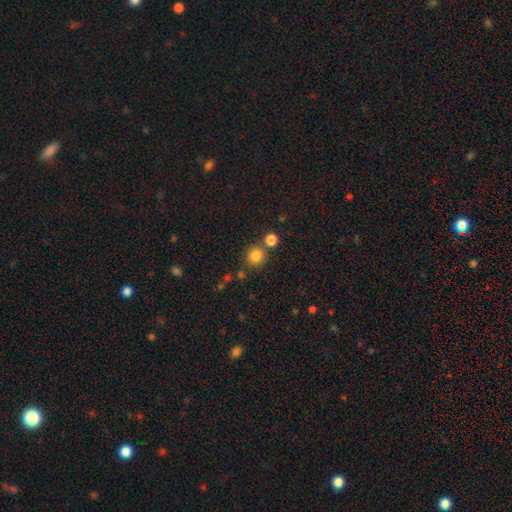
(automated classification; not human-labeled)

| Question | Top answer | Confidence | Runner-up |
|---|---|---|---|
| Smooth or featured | smooth | 82% | star or artifact (13%) |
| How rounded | round | 87% | in between (12%) |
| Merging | none | 74% | merger (15%) |